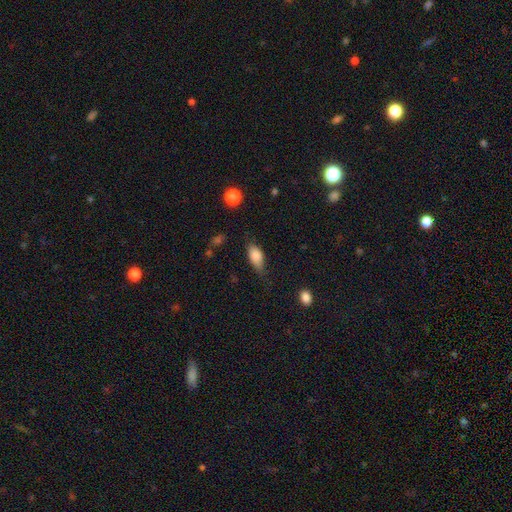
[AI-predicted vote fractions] Q: Smooth or featured?
A: smooth (83%); runner-up: featured or disk (10%)
Q: How rounded?
A: in between (86%); runner-up: cigar-shaped (10%)
Q: Merging?
A: none (60%); runner-up: minor disturbance (29%)